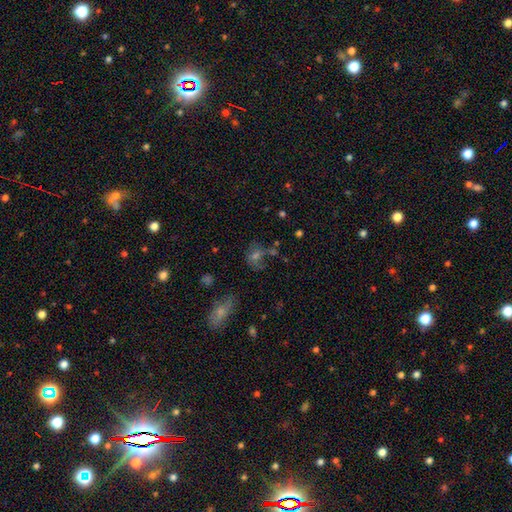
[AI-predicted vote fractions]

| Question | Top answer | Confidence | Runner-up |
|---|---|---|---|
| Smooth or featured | smooth | 45% | featured or disk (28%) |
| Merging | none | 52% | minor disturbance (20%) |